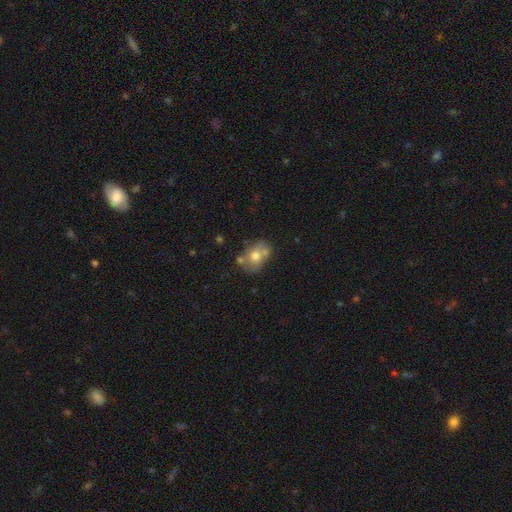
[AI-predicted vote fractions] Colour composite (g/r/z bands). It shows a smooth galaxy with no disk features (64%) that is in between round and cigar-shaped (62%). Merging: none (52%).